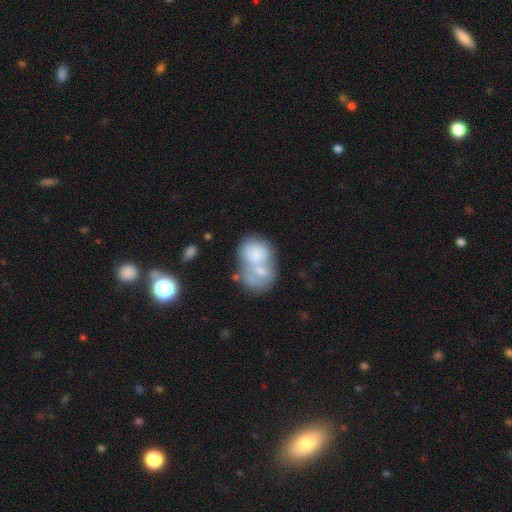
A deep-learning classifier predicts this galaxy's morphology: Smooth or featured? Predicted: smooth (p=0.65). How rounded? Predicted: in between (p=0.53). Merging? Predicted: merger (p=0.69).